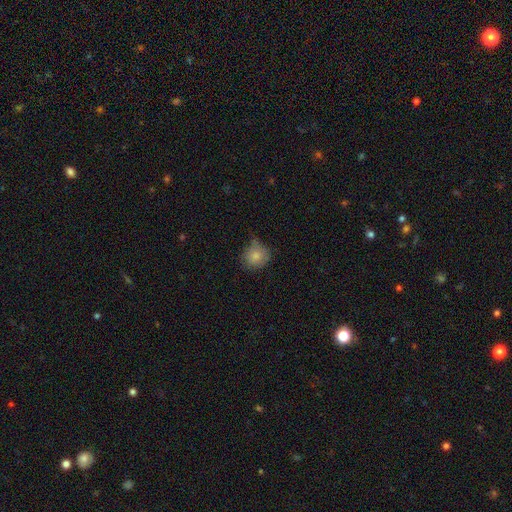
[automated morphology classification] A smooth galaxy with no disk features (82%) that is round (85%). Merging: none (59%).